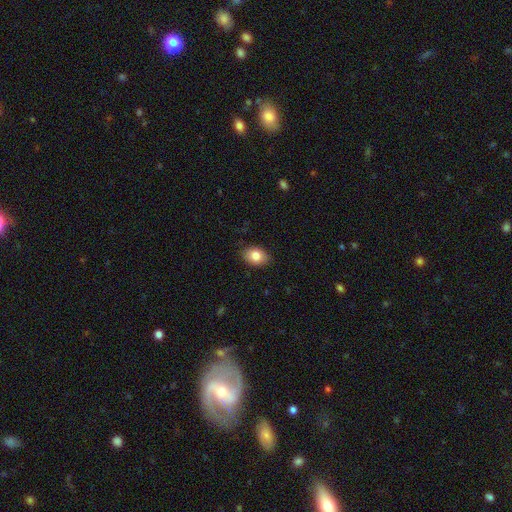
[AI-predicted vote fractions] Morphology: type=smooth (83%); roundness=in between (76%); merging=none (87%).